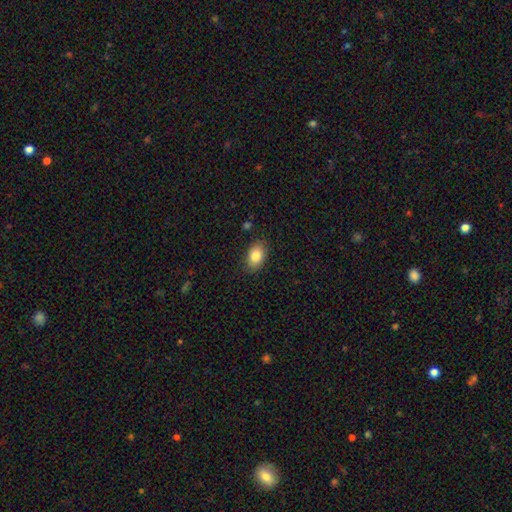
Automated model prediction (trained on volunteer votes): smooth_or_featured: smooth (p=0.84) [alt: featured or disk p=0.09]
how_rounded: in between (p=0.87) [alt: round p=0.12]
merging: none (p=0.86) [alt: minor disturbance p=0.10]